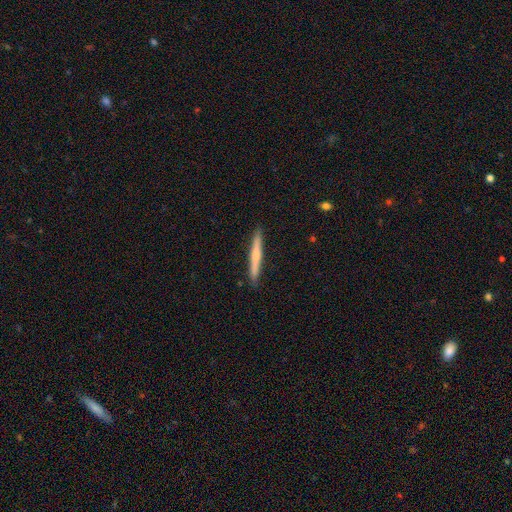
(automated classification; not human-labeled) This is possibly a smooth galaxy (57%). How rounded: clearly cigar-shaped (96%). Merging: clearly none (91%).